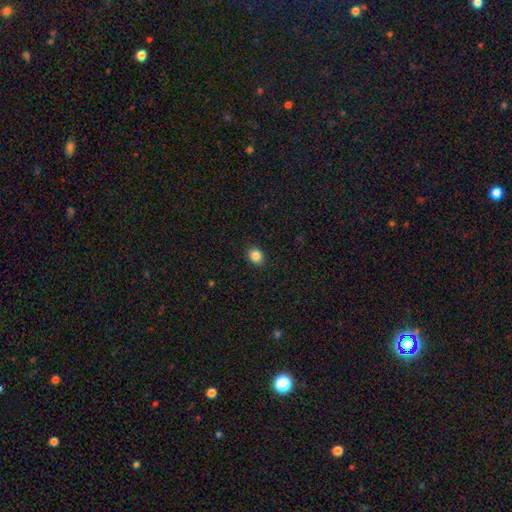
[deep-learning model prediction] smooth-or-featured: smooth: 86% | star or artifact: 10% | featured or disk: 4%
  how-rounded: round: 69% | in between: 30% | cigar-shaped: 1%
  merging: none: 92% | minor disturbance: 6% | major disturbance: 2% | merger: 1%